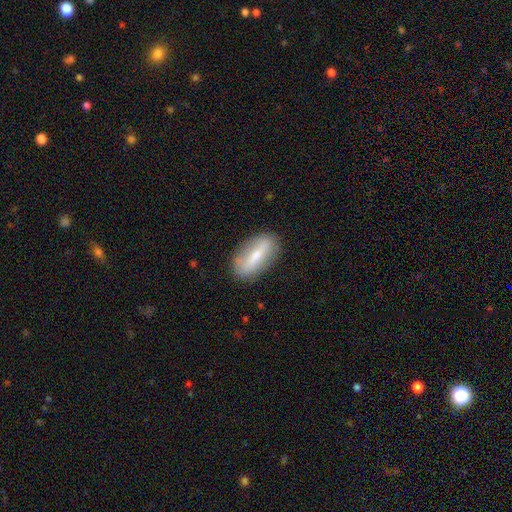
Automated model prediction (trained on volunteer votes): smooth-or-featured: smooth: 50% | featured or disk: 42% | star or artifact: 7%
  how-rounded: in between: 73% | cigar-shaped: 23% | round: 4%
  merging: none: 83% | minor disturbance: 12% | major disturbance: 4% | merger: 1%